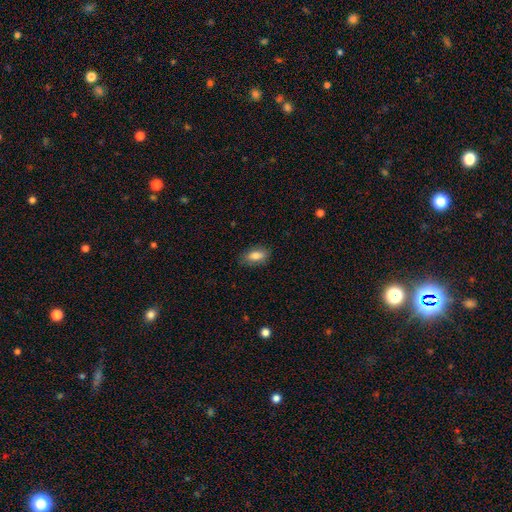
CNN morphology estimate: Smooth or featured? smooth (81%)
How rounded? in between (86%)
Merging? none (82%)